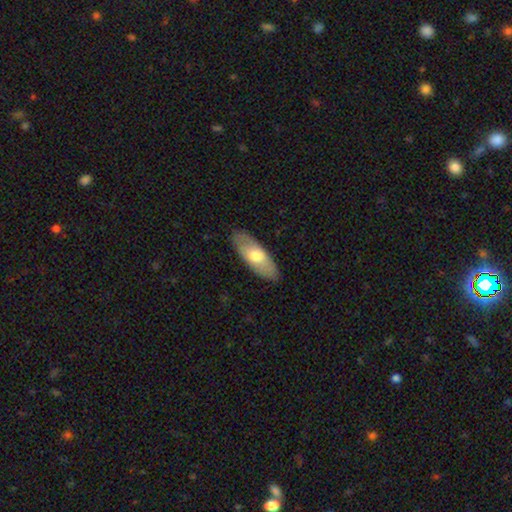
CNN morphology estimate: smooth 63%, featured or disk 32%, star or artifact 5%. Down the decision tree: how rounded — in between (76%); merging — none (86%).